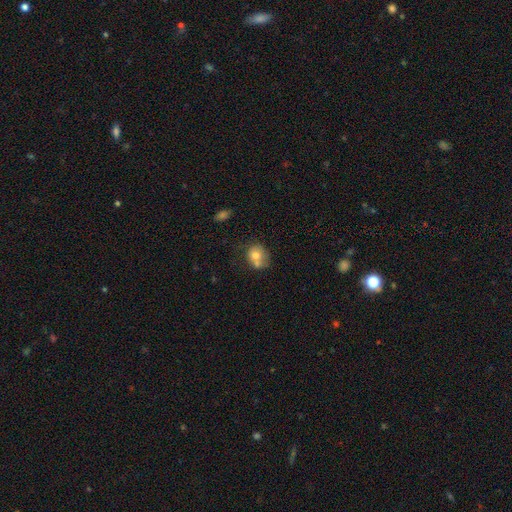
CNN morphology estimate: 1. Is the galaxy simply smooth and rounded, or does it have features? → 69% smooth, 21% featured or disk, 10% star or artifact.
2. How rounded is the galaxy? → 62% round, 37% in between, 1% cigar-shaped.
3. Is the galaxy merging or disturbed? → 37% none, 34% merger, 20% minor disturbance, 9% major disturbance.